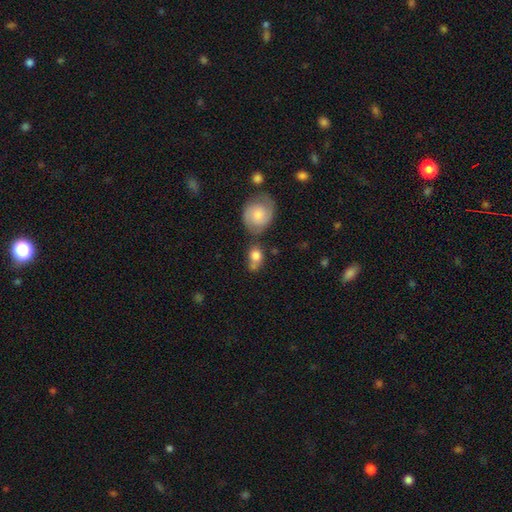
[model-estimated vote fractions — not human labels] Smooth or featured: smooth — 76% (featured or disk — 17%)
How rounded: in between — 56% (round — 41%)
Merging: none — 40% (merger — 33%)